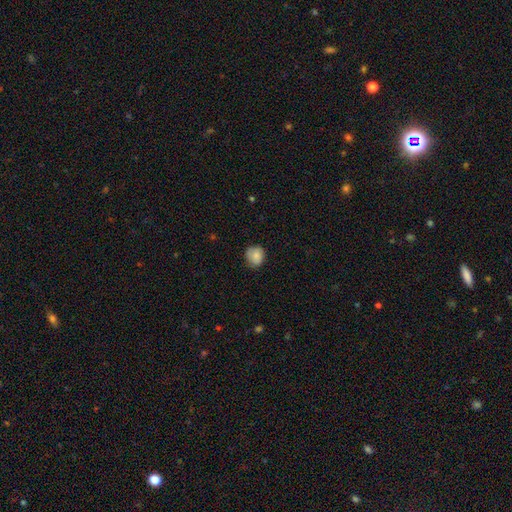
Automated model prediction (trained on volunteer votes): Q: Smooth or featured?
A: smooth (82%); runner-up: featured or disk (10%)
Q: How rounded?
A: round (78%); runner-up: in between (21%)
Q: Merging?
A: none (72%); runner-up: minor disturbance (23%)